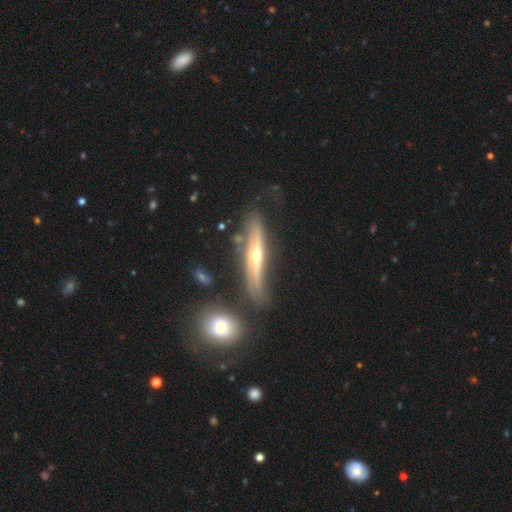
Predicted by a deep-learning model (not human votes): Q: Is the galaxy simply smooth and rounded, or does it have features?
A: featured or disk — 73%.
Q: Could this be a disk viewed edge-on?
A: yes — 79%.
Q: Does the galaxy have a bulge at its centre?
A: rounded — 84%.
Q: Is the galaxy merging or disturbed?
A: none — 64%.